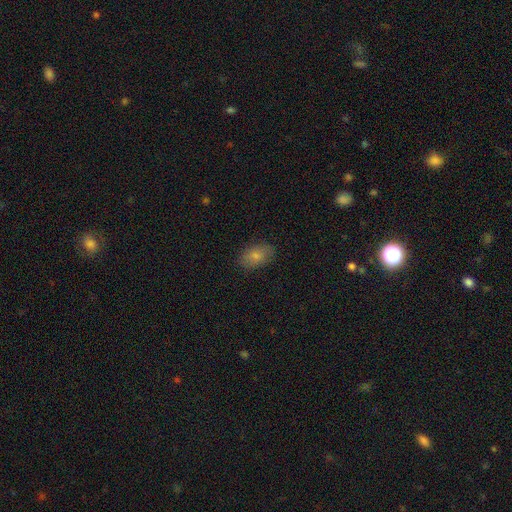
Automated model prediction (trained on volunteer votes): The model was most divided on "smooth or featured": smooth: 81%, featured or disk: 11%, star or artifact: 8%. More confident: how rounded — in between (90%); merging — none (83%).